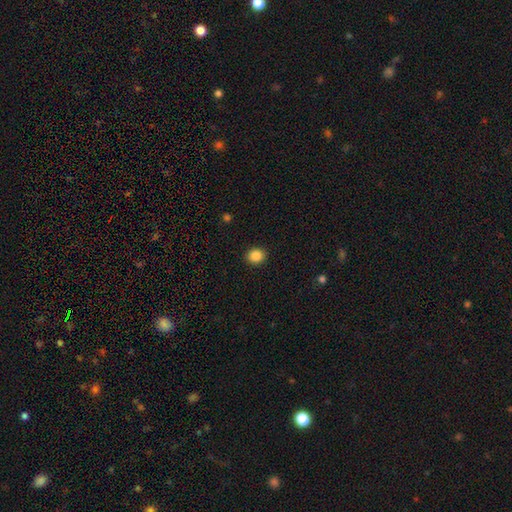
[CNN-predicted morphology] smooth-or-featured: smooth: 86% | star or artifact: 10% | featured or disk: 4%
  how-rounded: round: 71% | in between: 29% | cigar-shaped: 1%
  merging: none: 91% | minor disturbance: 6% | major disturbance: 2% | merger: 1%